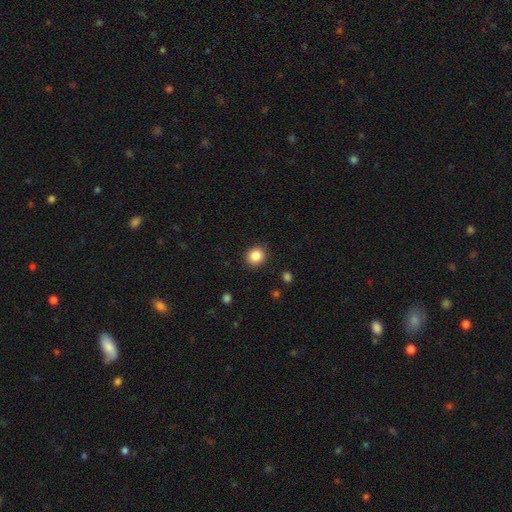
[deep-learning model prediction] Morphology: type=smooth (86%); roundness=round (81%); merging=none (90%).